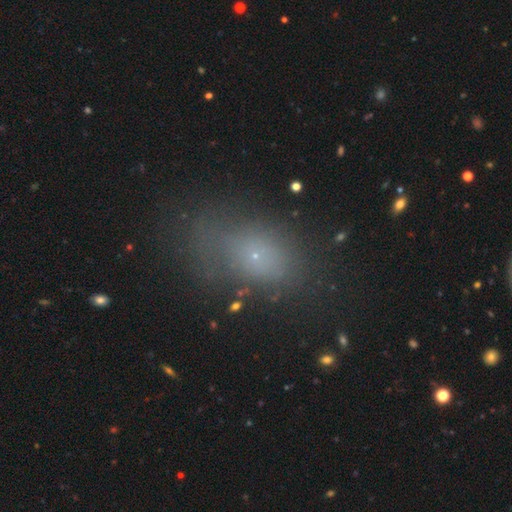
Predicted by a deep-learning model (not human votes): smooth 62%, star or artifact 22%, featured or disk 16%. Down the decision tree: how rounded — in between (77%); merging — none (71%).